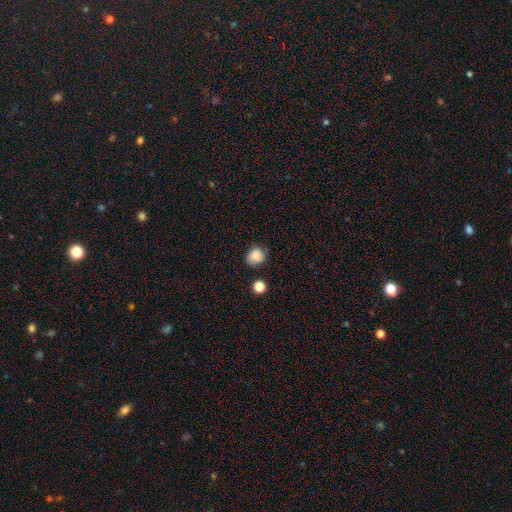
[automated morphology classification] A smooth galaxy with no disk features (86%) that is round (79%).

Vote fractions:
- Smooth or featured? smooth: 86% / star or artifact: 10% / featured or disk: 5%
- How rounded? round: 79% / in between: 20% / cigar-shaped: 1%
- Merging? none: 77% / minor disturbance: 16% / major disturbance: 4% / merger: 3%